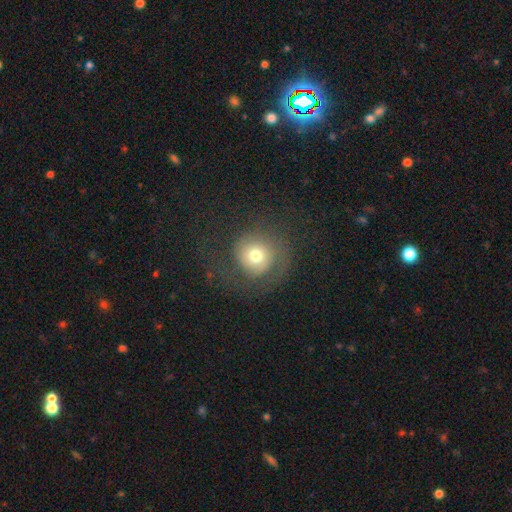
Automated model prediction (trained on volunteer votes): Q: Smooth or featured?
A: smooth (61%); runner-up: featured or disk (27%)
Q: How rounded?
A: round (90%); runner-up: in between (9%)
Q: Merging?
A: none (59%); runner-up: major disturbance (23%)